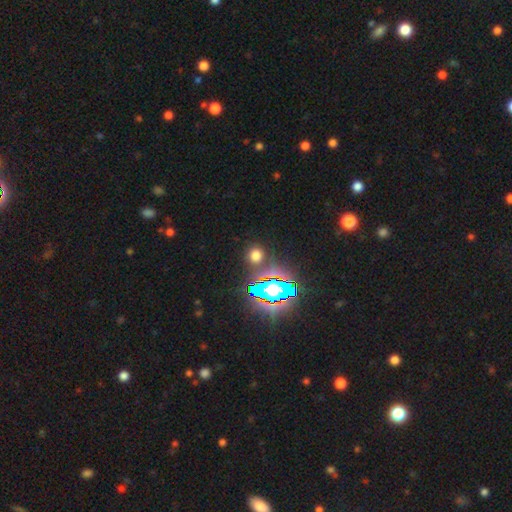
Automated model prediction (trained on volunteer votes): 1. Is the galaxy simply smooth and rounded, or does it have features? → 55% smooth, 36% star or artifact, 8% featured or disk.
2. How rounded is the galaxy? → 83% round, 15% in between, 2% cigar-shaped.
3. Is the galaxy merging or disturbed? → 84% none, 8% minor disturbance, 4% merger, 3% major disturbance.